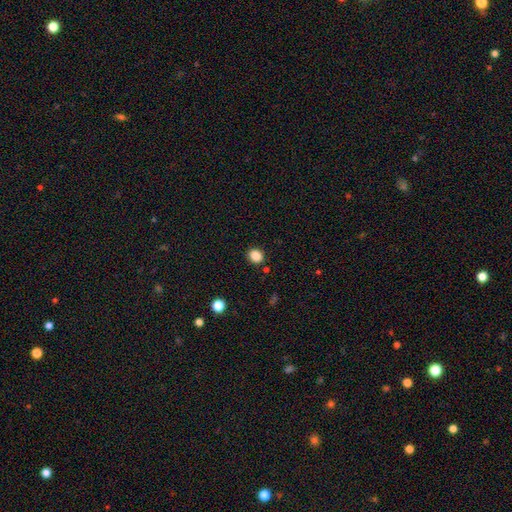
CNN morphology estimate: smooth-or-featured: smooth: 85% | star or artifact: 11% | featured or disk: 4%
  how-rounded: round: 68% | in between: 31% | cigar-shaped: 1%
  merging: none: 88% | minor disturbance: 7% | merger: 2% | major disturbance: 2%